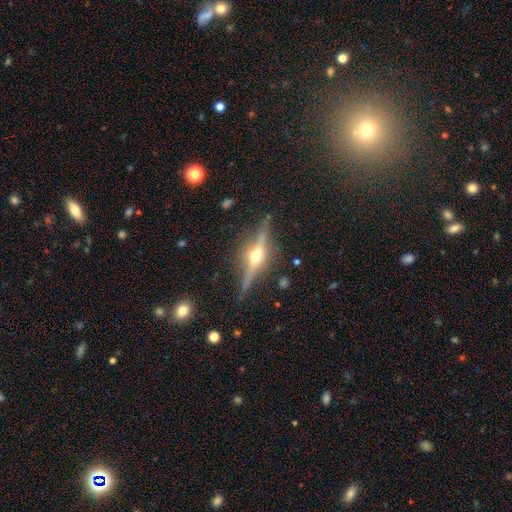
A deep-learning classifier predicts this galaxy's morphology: featured or disk 81%, smooth 11%, star or artifact 8%. Down the decision tree: edge-on disk — yes (97%); edge-on bulge — rounded (95%); merging — none (87%).